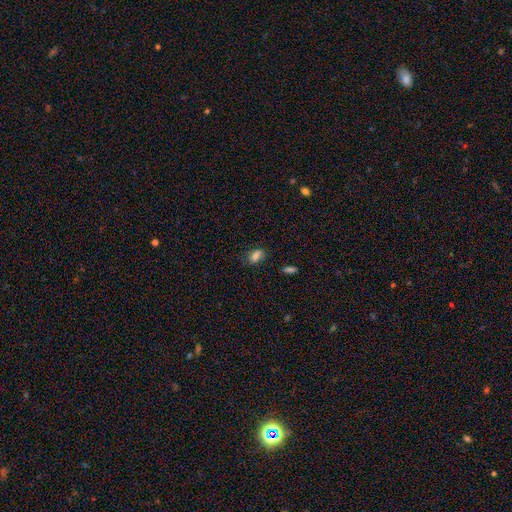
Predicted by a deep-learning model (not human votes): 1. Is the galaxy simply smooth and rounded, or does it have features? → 78% smooth, 13% star or artifact, 9% featured or disk.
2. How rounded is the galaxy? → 83% in between, 11% round, 7% cigar-shaped.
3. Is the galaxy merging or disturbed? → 65% none, 24% minor disturbance, 8% major disturbance, 3% merger.